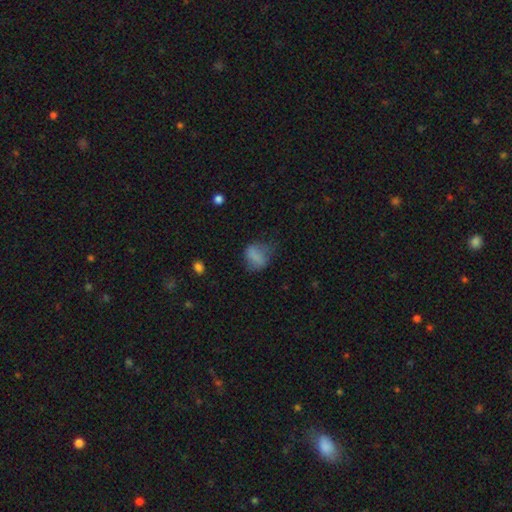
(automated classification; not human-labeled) Smooth or featured?
  - smooth: 74% *
  - featured or disk: 15%
  - star or artifact: 11%
How rounded?
  - in between: 53% *
  - round: 45%
  - cigar-shaped: 2%
Merging?
  - none: 46% *
  - minor disturbance: 31%
  - major disturbance: 21%
  - merger: 3%